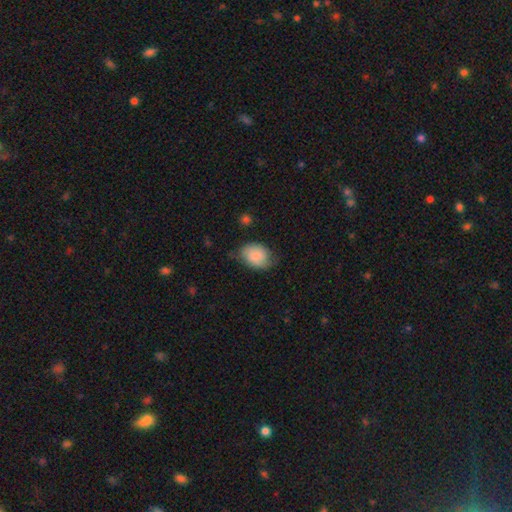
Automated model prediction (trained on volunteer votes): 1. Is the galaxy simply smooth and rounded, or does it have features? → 76% smooth, 17% featured or disk, 7% star or artifact.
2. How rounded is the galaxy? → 70% in between, 29% round, 1% cigar-shaped.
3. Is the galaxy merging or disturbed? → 53% none, 35% minor disturbance, 10% major disturbance, 2% merger.